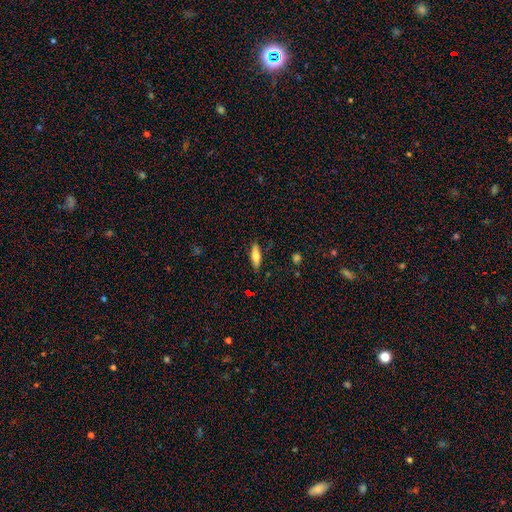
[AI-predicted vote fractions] smooth 72%, featured or disk 21%, star or artifact 7%. Down the decision tree: how rounded — in between (57%); merging — none (84%).